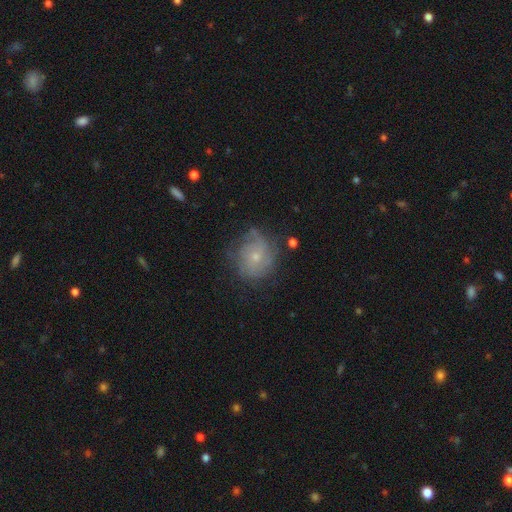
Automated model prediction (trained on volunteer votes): This is possibly a featured or disk galaxy (56%). It is clearly not viewed edge-on (97%). Bar: clearly no (82%). Spiral arm pattern: likely yes (76%). Central bulge: likely small (69%). Merging: possibly none (58%).